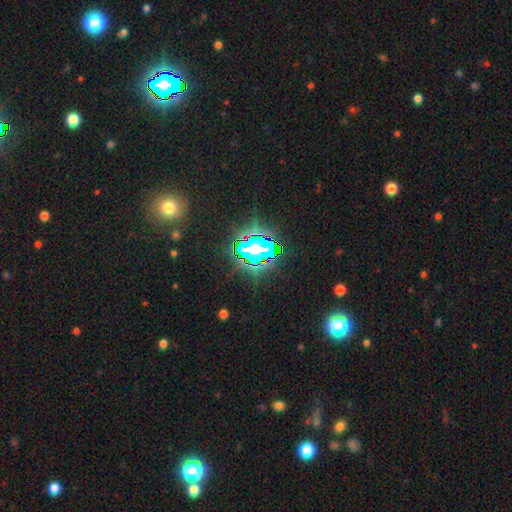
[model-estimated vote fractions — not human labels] Smooth or featured?
  - star or artifact: 77% *
  - smooth: 12%
  - featured or disk: 11%